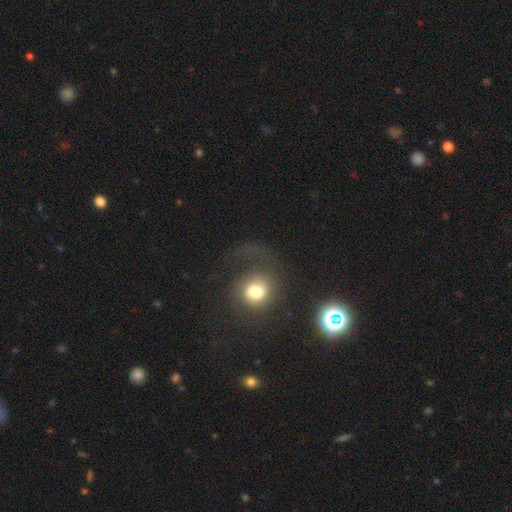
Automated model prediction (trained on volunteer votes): smooth_or_featured: smooth (p=0.49) [alt: featured or disk p=0.30]
merging: none (p=0.54) [alt: major disturbance p=0.27]